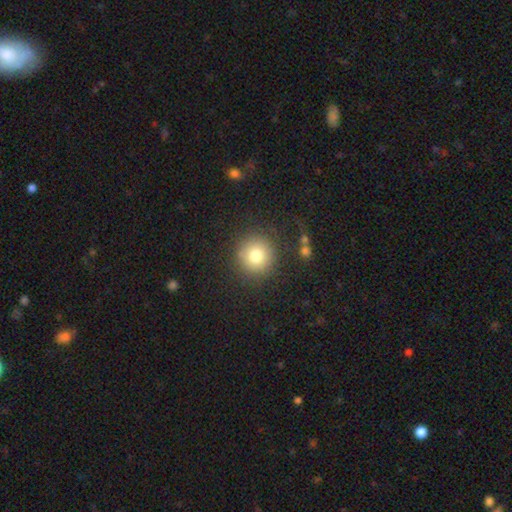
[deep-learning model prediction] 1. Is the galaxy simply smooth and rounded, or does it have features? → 78% smooth, 12% star or artifact, 10% featured or disk.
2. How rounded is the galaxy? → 93% round, 6% in between, 1% cigar-shaped.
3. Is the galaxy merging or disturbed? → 85% none, 8% minor disturbance, 4% major disturbance, 2% merger.